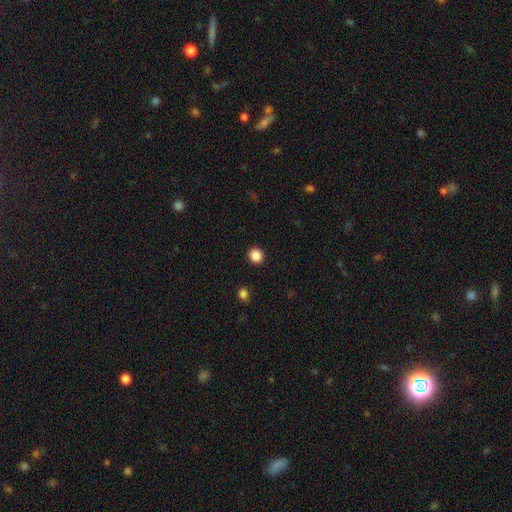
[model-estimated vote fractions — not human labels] Q: Smooth or featured?
A: smooth (87%); runner-up: star or artifact (10%)
Q: How rounded?
A: round (92%); runner-up: in between (7%)
Q: Merging?
A: none (93%); runner-up: minor disturbance (4%)